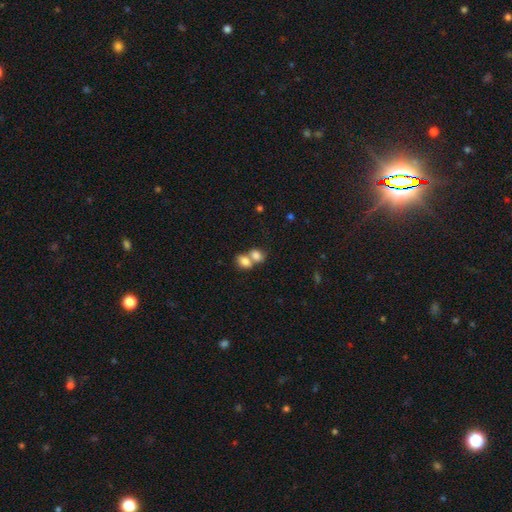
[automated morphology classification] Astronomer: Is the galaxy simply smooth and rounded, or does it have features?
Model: smooth — 79%.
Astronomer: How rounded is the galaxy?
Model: in between — 73%.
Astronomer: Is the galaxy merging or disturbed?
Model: merger — 70%.